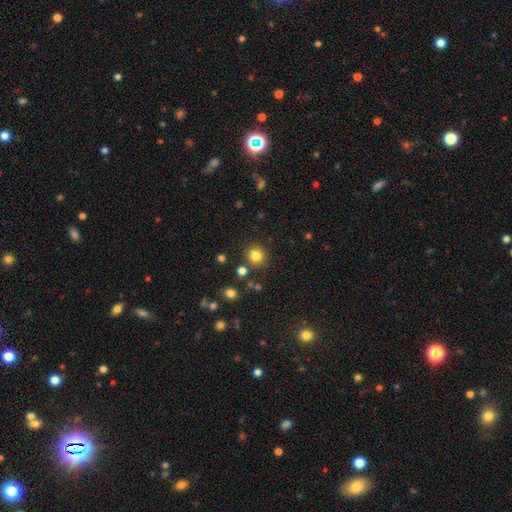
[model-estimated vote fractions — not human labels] Smooth or featured? smooth (82%)
How rounded? round (90%)
Merging? none (86%)